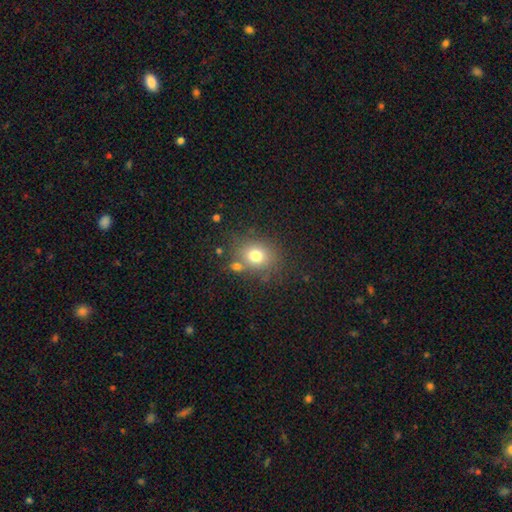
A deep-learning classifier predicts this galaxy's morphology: This is likely a smooth galaxy (75%). How rounded: likely round (65%). Merging: likely none (71%).